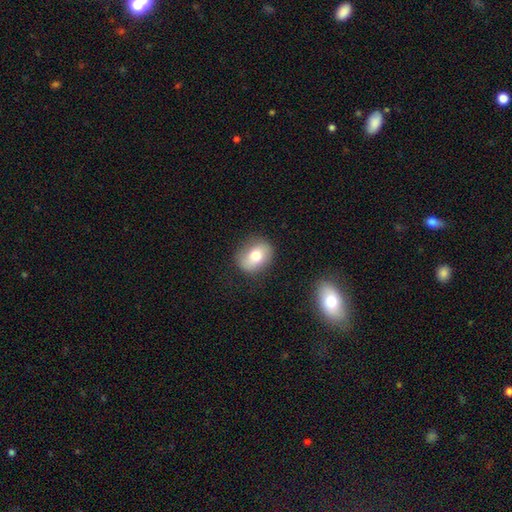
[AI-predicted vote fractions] A smooth galaxy with no disk features (69%) that is in between round and cigar-shaped (51%). Merging: none (79%).